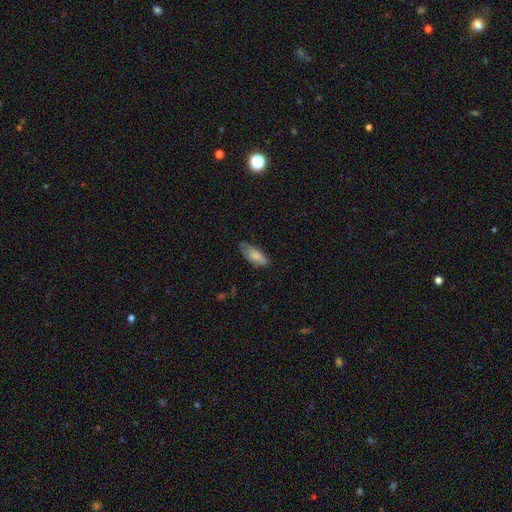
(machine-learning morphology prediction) This appears to be a smooth galaxy with no disk features (78%) that is in between round and cigar-shaped (81%). Merging: none (62%).